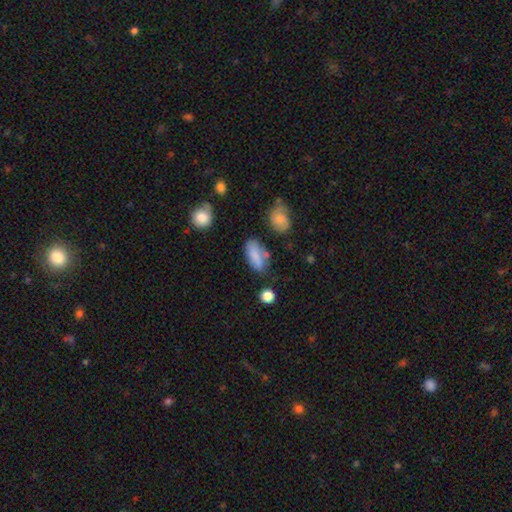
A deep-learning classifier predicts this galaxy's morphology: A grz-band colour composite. It shows a smooth galaxy with no disk features (80%) that is in between round and cigar-shaped (84%). Merging: none (61%).